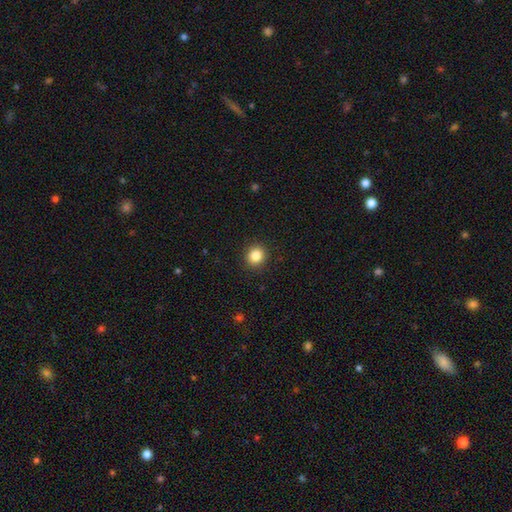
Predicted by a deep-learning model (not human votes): A smooth galaxy with no disk features (85%) that is round (86%).

Vote fractions:
- Smooth or featured? smooth: 85% / star or artifact: 10% / featured or disk: 5%
- How rounded? round: 86% / in between: 13% / cigar-shaped: 1%
- Merging? none: 91% / minor disturbance: 6% / major disturbance: 2% / merger: 1%